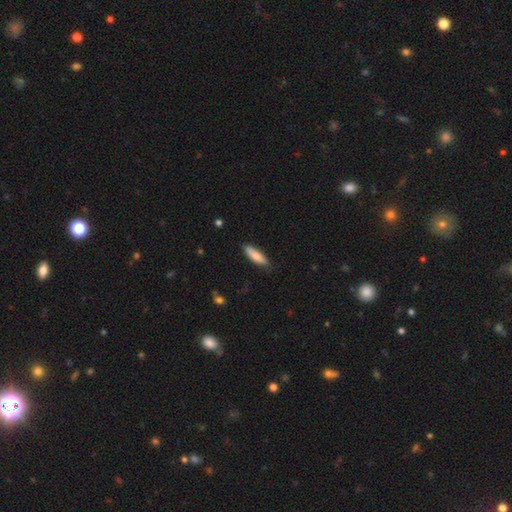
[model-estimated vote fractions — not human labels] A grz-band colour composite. It shows a smooth galaxy with no disk features (77%) that is cigar-shaped (57%). Merging: none (80%).